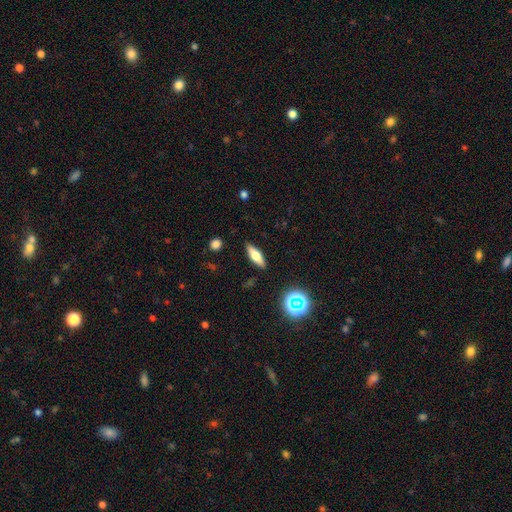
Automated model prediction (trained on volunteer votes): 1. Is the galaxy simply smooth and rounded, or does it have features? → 57% smooth, 33% featured or disk, 10% star or artifact.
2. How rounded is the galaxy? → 51% in between, 46% cigar-shaped, 4% round.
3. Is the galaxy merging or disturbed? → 88% none, 9% minor disturbance, 2% major disturbance, 1% merger.